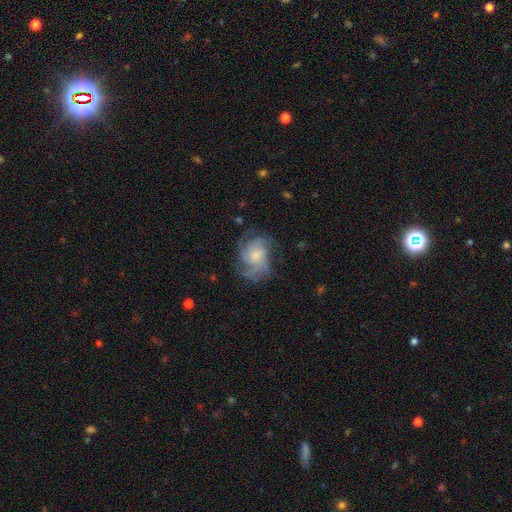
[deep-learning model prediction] Smooth or featured? Predicted: featured or disk (p=0.77). Edge-on disk? Predicted: no (p=0.98). Bar? Predicted: no (p=0.77). Spiral arms? Predicted: yes (p=0.94). Spiral winding? Predicted: tight (p=0.42, tied with medium). Spiral arm count? Predicted: 3 (p=0.28). Bulge size? Predicted: small (p=0.43). Merging? Predicted: none (p=0.65).